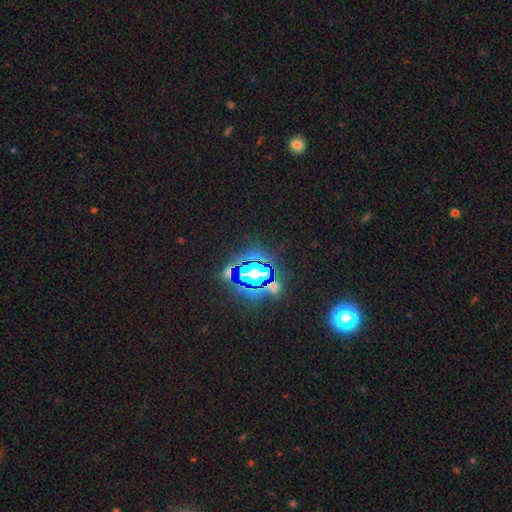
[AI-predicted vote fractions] A star or artifact, not a galaxy (83%).